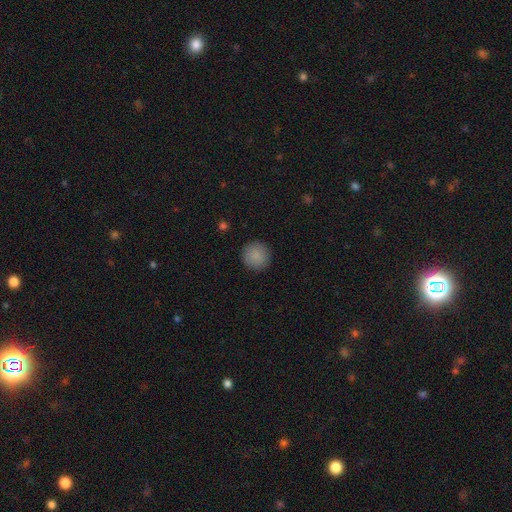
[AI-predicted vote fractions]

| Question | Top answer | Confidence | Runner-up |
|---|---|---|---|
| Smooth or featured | smooth | 88% | star or artifact (8%) |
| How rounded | round | 96% | in between (4%) |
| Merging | none | 91% | minor disturbance (6%) |